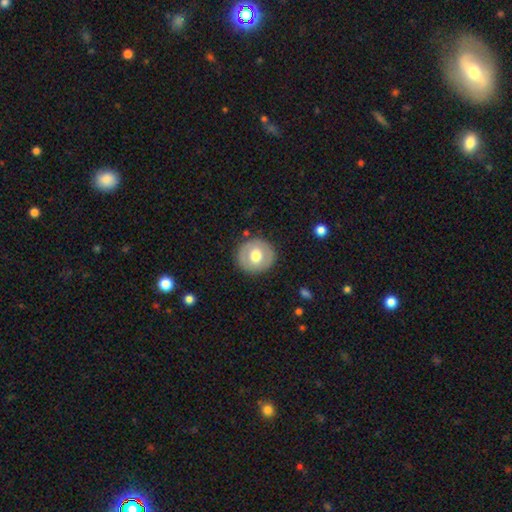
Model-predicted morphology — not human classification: Q: Smooth or featured?
A: smooth (61%); runner-up: featured or disk (33%)
Q: How rounded?
A: round (91%); runner-up: in between (9%)
Q: Merging?
A: none (87%); runner-up: minor disturbance (9%)